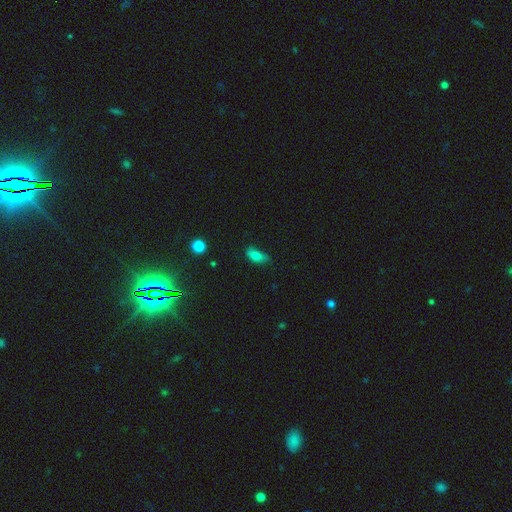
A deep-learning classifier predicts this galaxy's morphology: Smooth or featured? smooth (80%)
How rounded? in between (85%)
Merging? none (49%)